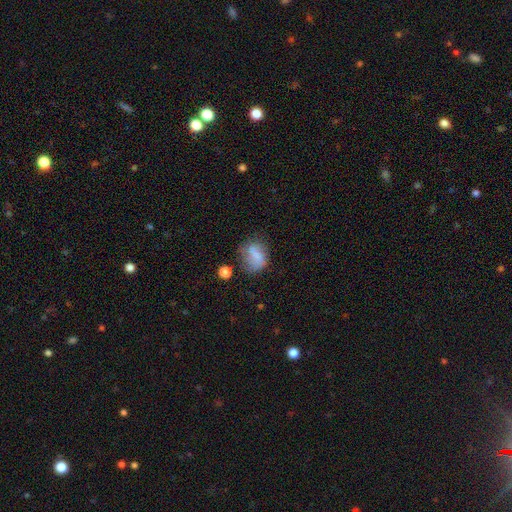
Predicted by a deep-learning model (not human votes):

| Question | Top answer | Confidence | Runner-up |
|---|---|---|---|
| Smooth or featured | smooth | 66% | featured or disk (23%) |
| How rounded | in between | 56% | round (41%) |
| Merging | none | 43% | minor disturbance (29%) |